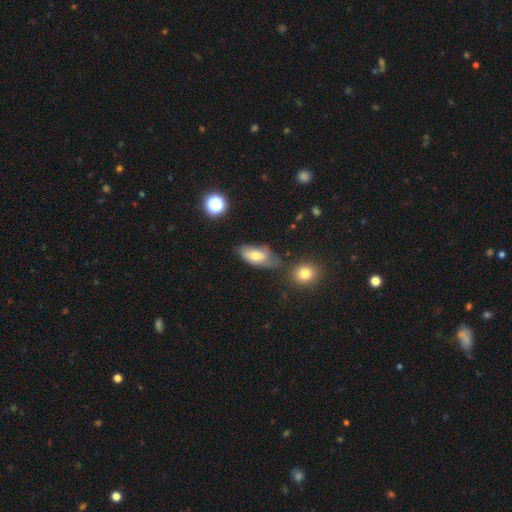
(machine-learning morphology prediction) Smooth or featured? Predicted: smooth (p=0.65). How rounded? Predicted: in between (p=0.89). Merging? Predicted: none (p=0.43).